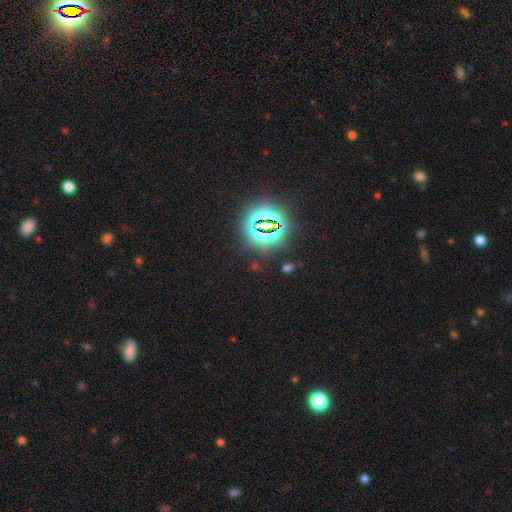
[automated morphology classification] Smooth or featured? star or artifact (83%)